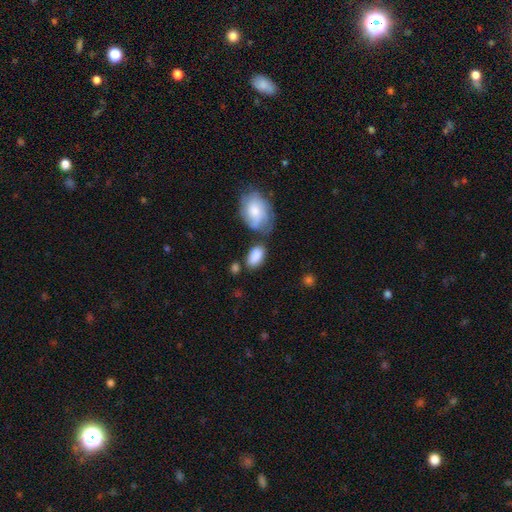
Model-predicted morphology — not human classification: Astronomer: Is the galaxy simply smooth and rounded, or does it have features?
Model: smooth — 85%.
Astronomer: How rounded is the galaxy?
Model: in between — 92%.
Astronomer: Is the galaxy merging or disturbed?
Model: none — 58%.